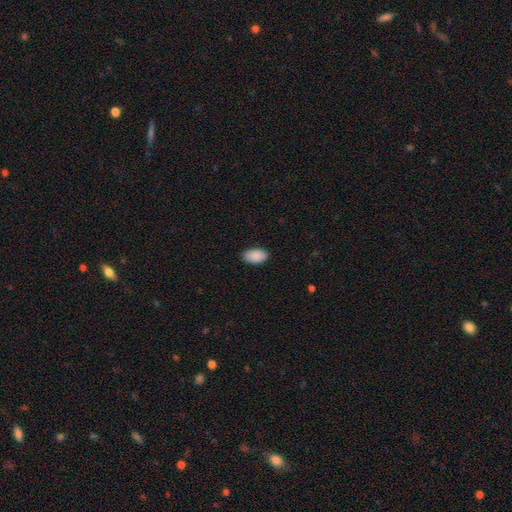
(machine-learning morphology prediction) The model was most divided on "merging": none: 87%, minor disturbance: 10%, major disturbance: 2%, merger: 1%. More confident: how rounded — in between (94%); smooth or featured — smooth (91%).